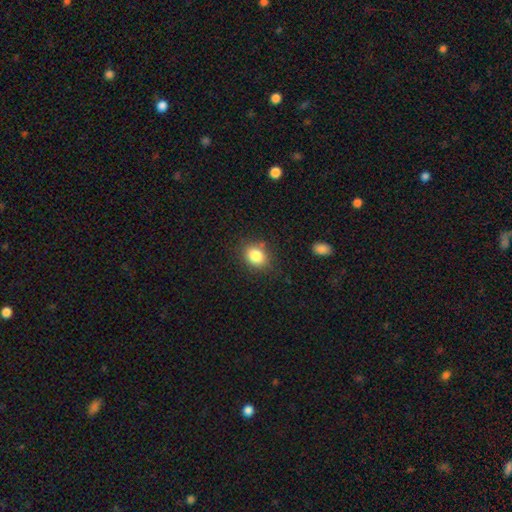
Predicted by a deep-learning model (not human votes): Smooth or featured: smooth — 84% (star or artifact — 10%)
How rounded: round — 50% (in between — 49%)
Merging: none — 80% (minor disturbance — 14%)